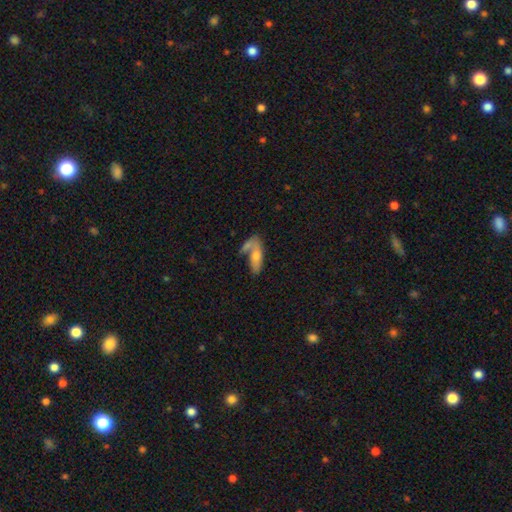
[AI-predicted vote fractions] Smooth or featured: smooth — 57% (featured or disk — 35%)
How rounded: in between — 59% (cigar-shaped — 38%)
Merging: none — 40% (merger — 35%)